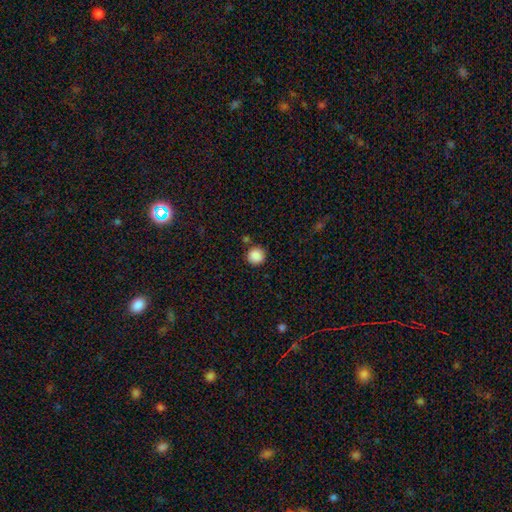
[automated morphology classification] This appears to be a smooth galaxy with no disk features (88%) that is round (94%). Merging: none (86%).